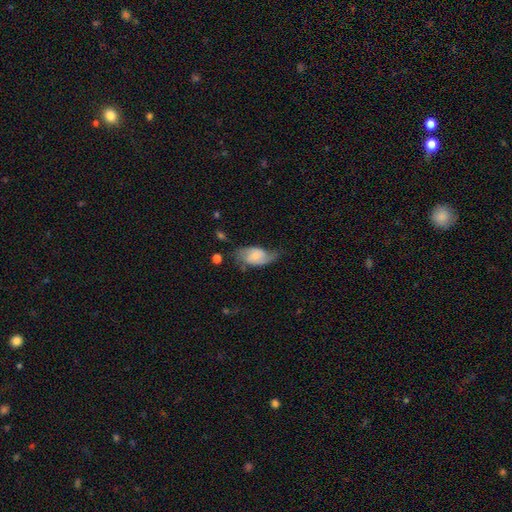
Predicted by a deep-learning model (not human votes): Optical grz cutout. It shows a featured or disk galaxy (64%) with no bar (57%), 2 (83%) medium (42%) spiral arms (91%) and a small central bulge (51%). Merging: none (54%).